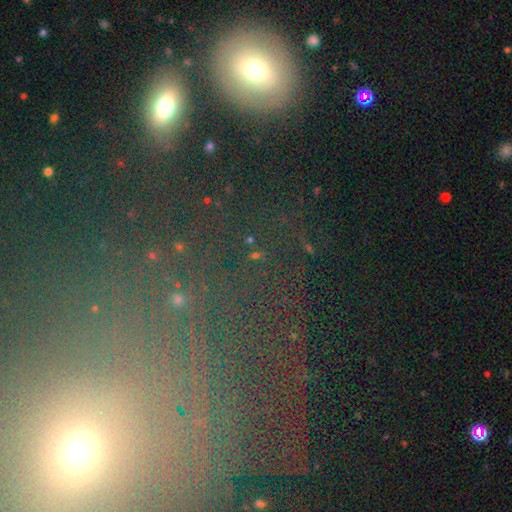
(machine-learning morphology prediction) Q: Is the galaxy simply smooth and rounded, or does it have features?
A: star or artifact — 68%.